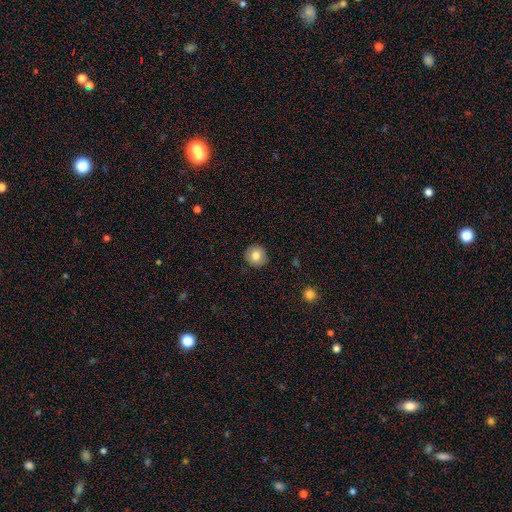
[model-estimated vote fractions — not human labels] Smooth or featured? Predicted: smooth (p=0.79). How rounded? Predicted: round (p=0.93). Merging? Predicted: none (p=0.91).